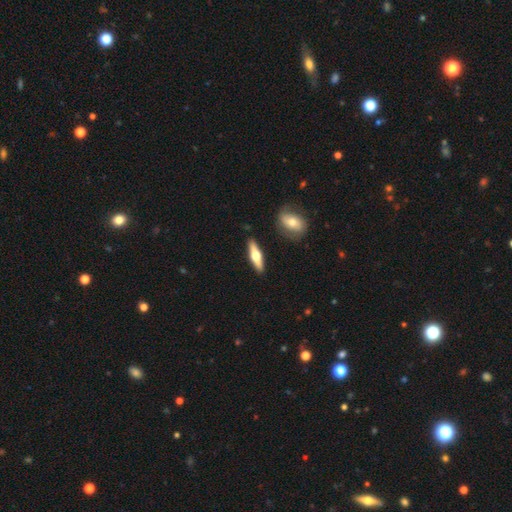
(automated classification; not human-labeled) A featured or disk galaxy (57%) viewed edge-on (93%) with a rounded central bulge (95%). Merging: none (88%).